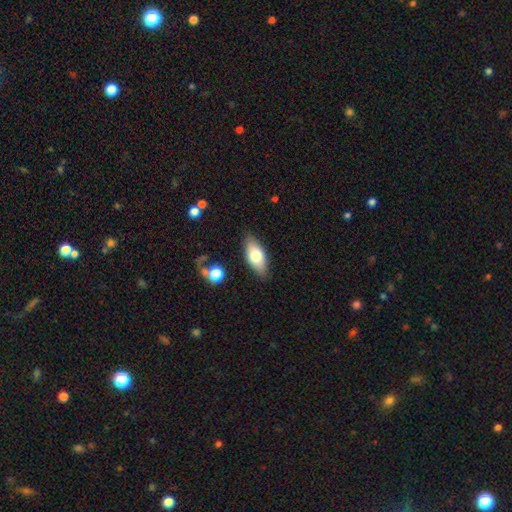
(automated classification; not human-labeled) A smooth galaxy with no disk features (72%) that is in between round and cigar-shaped (85%).

Vote fractions:
- Smooth or featured? smooth: 72% / featured or disk: 21% / star or artifact: 7%
- How rounded? in between: 85% / cigar-shaped: 12% / round: 3%
- Merging? none: 82% / minor disturbance: 12% / major disturbance: 3% / merger: 2%